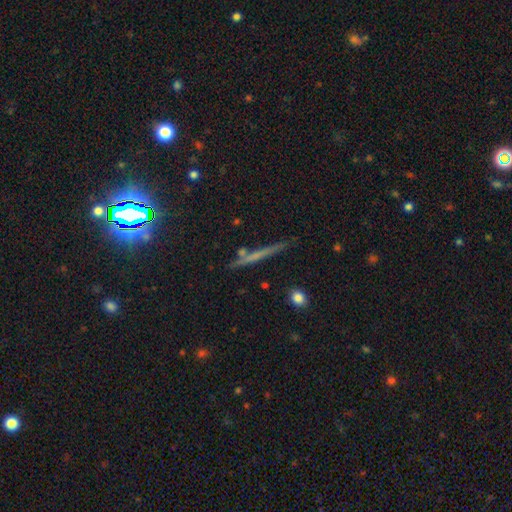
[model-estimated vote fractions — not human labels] Smooth or featured? featured or disk (43%)
Merging? none (83%)